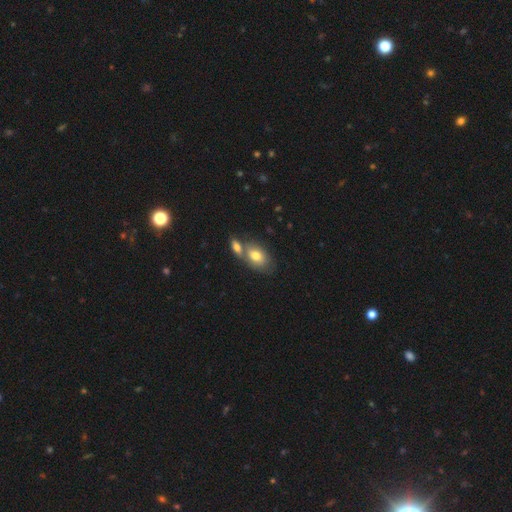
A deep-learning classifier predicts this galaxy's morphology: Smooth or featured: smooth — 74% (featured or disk — 19%)
How rounded: in between — 87% (round — 11%)
Merging: merger — 46% (none — 39%)